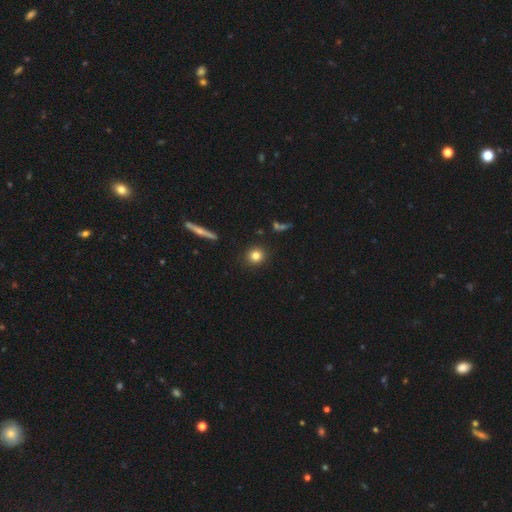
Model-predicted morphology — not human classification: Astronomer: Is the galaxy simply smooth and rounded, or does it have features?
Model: smooth — 81%.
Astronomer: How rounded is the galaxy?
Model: round — 89%.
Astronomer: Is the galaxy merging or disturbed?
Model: none — 89%.